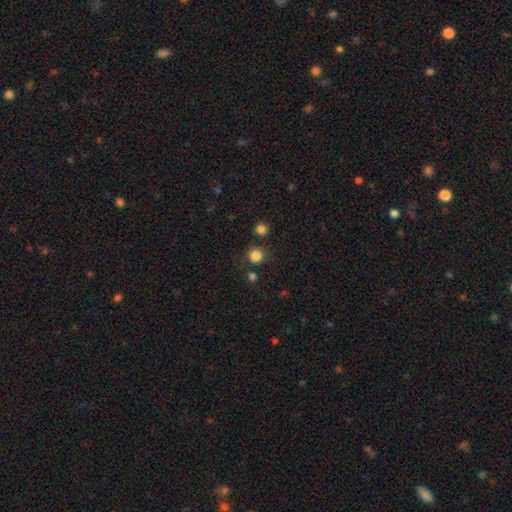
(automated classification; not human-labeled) This appears to be a smooth galaxy with no disk features (83%) that is round (93%). Merging: none (82%).